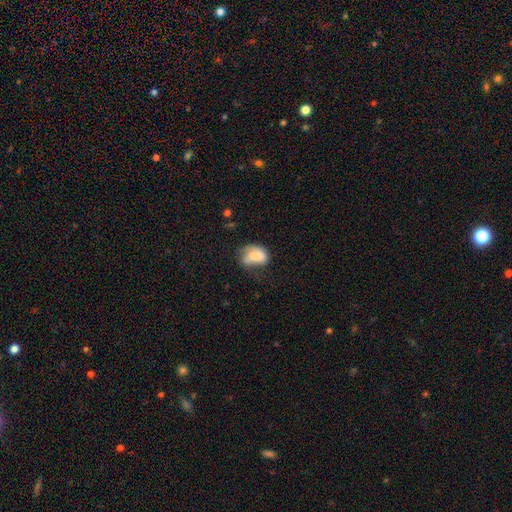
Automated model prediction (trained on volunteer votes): smooth_or_featured: smooth (p=0.64) [alt: featured or disk p=0.28]
how_rounded: in between (p=0.80) [alt: round p=0.18]
merging: minor disturbance (p=0.34) [alt: none p=0.30]